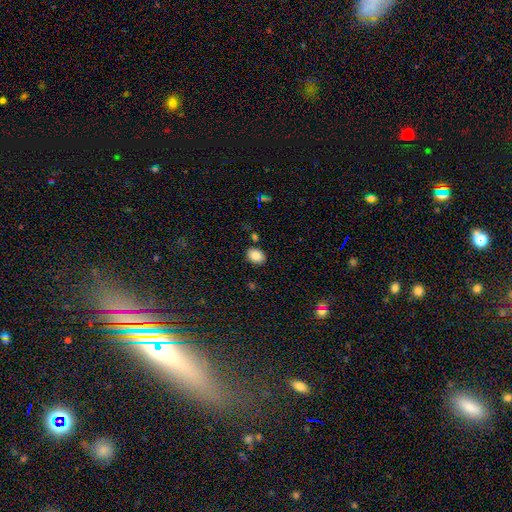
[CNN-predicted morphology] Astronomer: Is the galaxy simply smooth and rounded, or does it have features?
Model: smooth — 87%.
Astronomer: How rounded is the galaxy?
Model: in between — 71%.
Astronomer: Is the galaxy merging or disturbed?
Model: none — 82%.